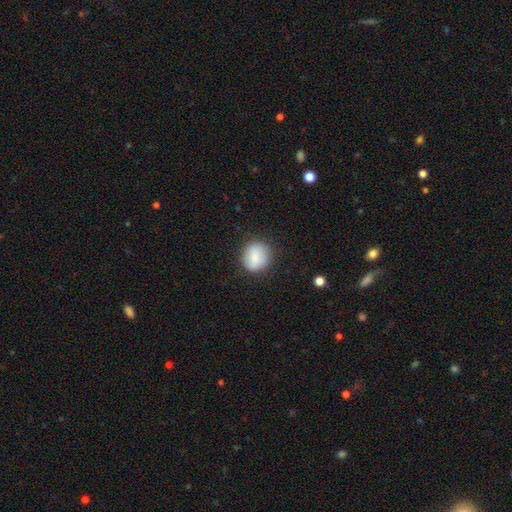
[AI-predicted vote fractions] smooth-or-featured: smooth: 82% | featured or disk: 10% | star or artifact: 7%
  how-rounded: round: 78% | in between: 21% | cigar-shaped: 1%
  merging: none: 82% | minor disturbance: 13% | major disturbance: 4% | merger: 1%